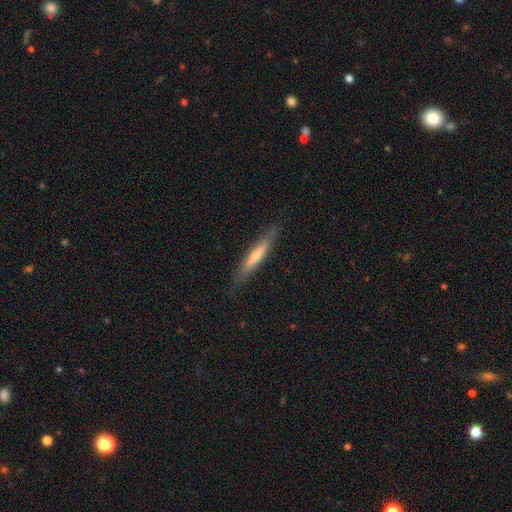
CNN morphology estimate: Overall: featured or disk (50%; smooth 42%). Merging: none (85%).